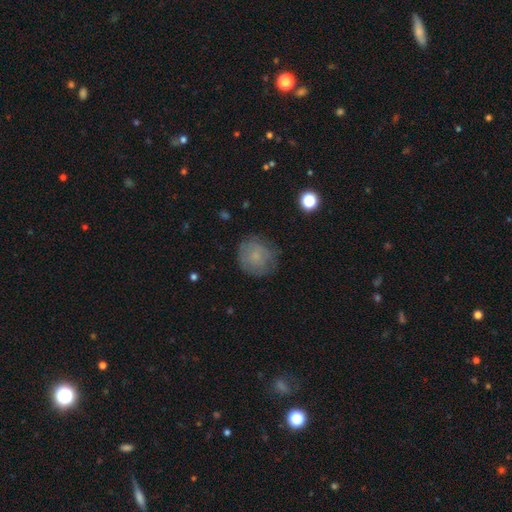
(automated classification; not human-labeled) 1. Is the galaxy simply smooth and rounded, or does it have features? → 69% smooth, 22% featured or disk, 10% star or artifact.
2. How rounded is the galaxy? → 87% round, 12% in between, 1% cigar-shaped.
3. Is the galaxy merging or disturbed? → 72% none, 19% minor disturbance, 7% major disturbance, 1% merger.